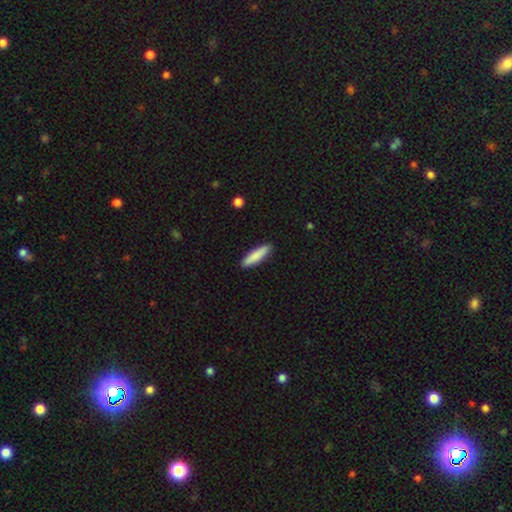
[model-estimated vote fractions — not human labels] This is clearly a smooth galaxy (84%). How rounded: likely cigar-shaped (77%). Merging: clearly none (90%).